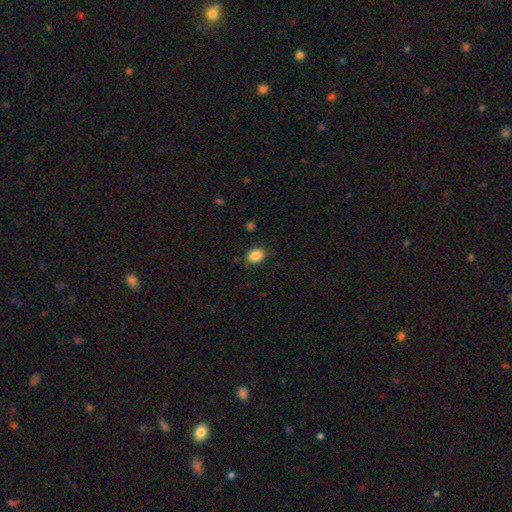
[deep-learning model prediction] A smooth galaxy with no disk features (86%) that is in between round and cigar-shaped (71%). Merging: none (79%).